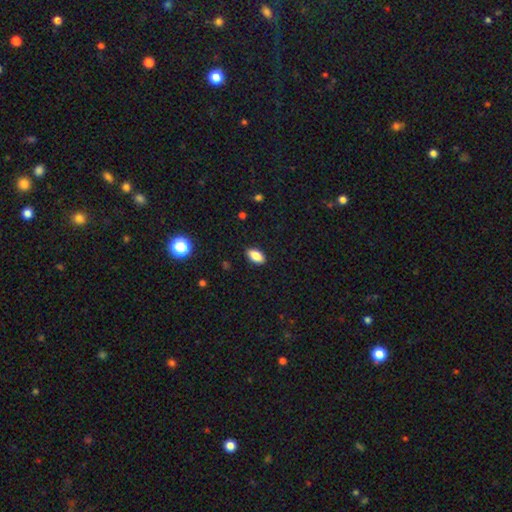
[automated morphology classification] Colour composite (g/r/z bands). It shows a smooth galaxy with no disk features (85%) that is in between round and cigar-shaped (91%). Merging: none (89%).